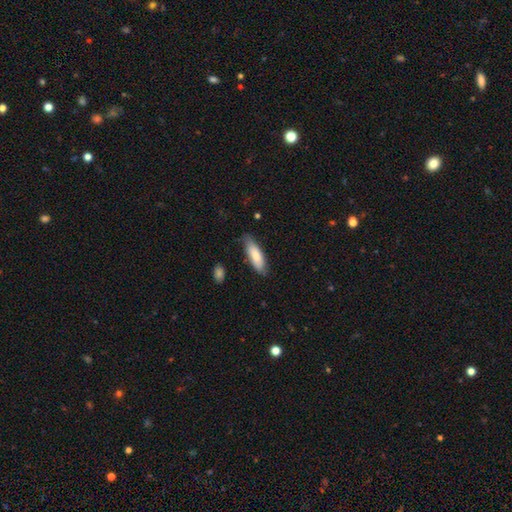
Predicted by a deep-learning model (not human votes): smooth-or-featured: smooth: 81% | featured or disk: 13% | star or artifact: 6%
  how-rounded: cigar-shaped: 49% (tied) | in between: 49% (tied) | round: 1%
  merging: none: 77% | minor disturbance: 18% | major disturbance: 3% | merger: 2%